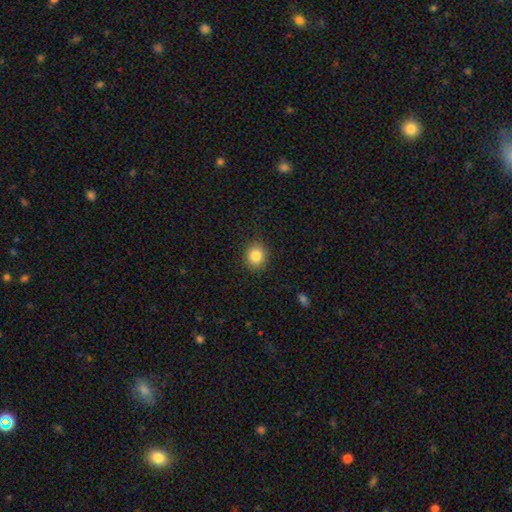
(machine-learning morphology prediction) A smooth galaxy with no disk features (85%) that is round (78%). Merging: none (88%).